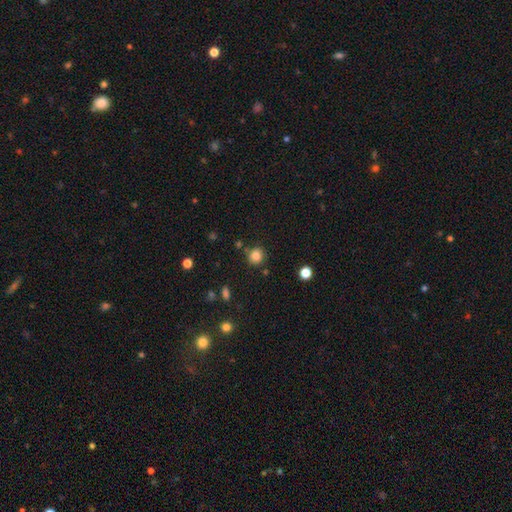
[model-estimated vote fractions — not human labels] Q: Smooth or featured?
A: smooth (83%); runner-up: star or artifact (12%)
Q: How rounded?
A: round (88%); runner-up: in between (11%)
Q: Merging?
A: none (82%); runner-up: minor disturbance (10%)